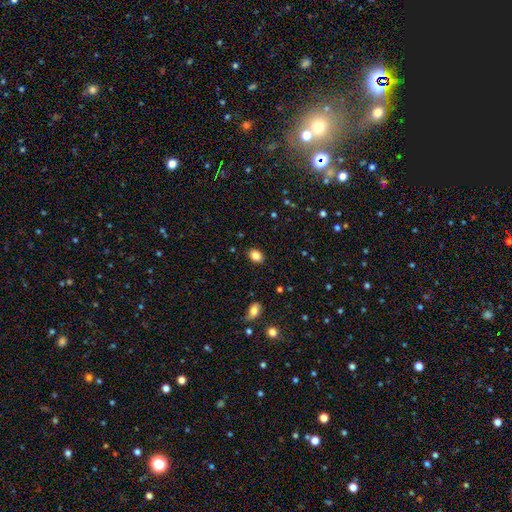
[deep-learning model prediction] A smooth galaxy with no disk features (85%) that is in between round and cigar-shaped (68%). Merging: none (87%).